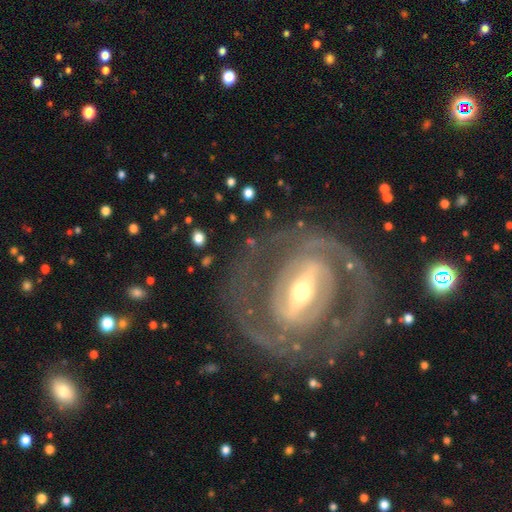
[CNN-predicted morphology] smooth_or_featured: featured or disk (p=0.86) [alt: smooth p=0.08]
disk_edge_on: no (p=0.94) [alt: yes p=0.06]
bar: strong (p=0.61) [alt: weak p=0.27]
has_spiral_arms: yes (p=0.85) [alt: no p=0.15]
spiral_winding: tight (p=0.57) [alt: medium p=0.34]
spiral_arm_count: 2 (p=0.69) [alt: can't tell p=0.15]
bulge_size: moderate (p=0.49) [alt: small p=0.39]
merging: none (p=0.78) [alt: minor disturbance p=0.12]